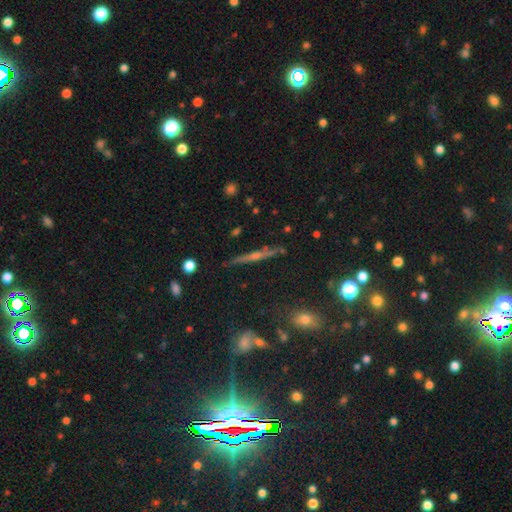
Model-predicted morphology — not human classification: smooth_or_featured: featured or disk (p=0.67) [alt: smooth p=0.21]
disk_edge_on: yes (p=0.96) [alt: no p=0.04]
edge_on_bulge: rounded (p=0.73) [alt: none p=0.18]
merging: none (p=0.87) [alt: minor disturbance p=0.09]